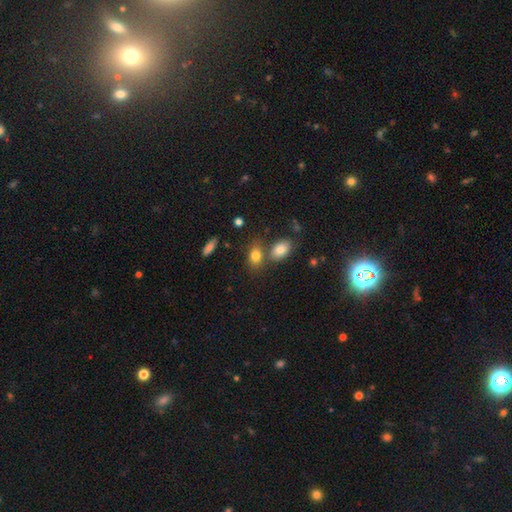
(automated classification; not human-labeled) The model was most divided on "merging": none: 54%, merger: 30%, minor disturbance: 12%, major disturbance: 4%. More confident: smooth or featured — smooth (81%); how rounded — in between (80%).